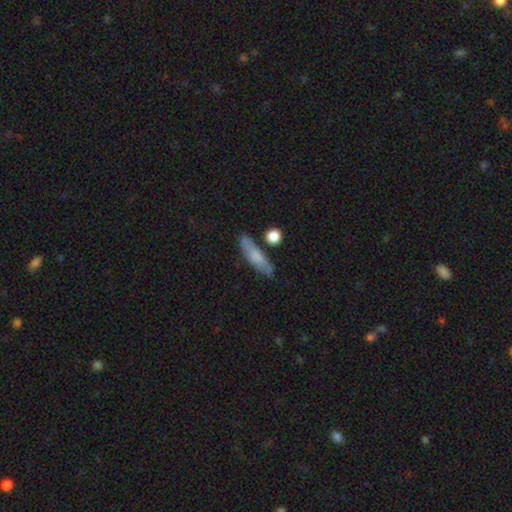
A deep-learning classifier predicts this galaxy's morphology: The model was most divided on "how rounded": cigar-shaped: 64%, in between: 32%, round: 3%. More confident: merging — none (74%); smooth or featured — smooth (66%).